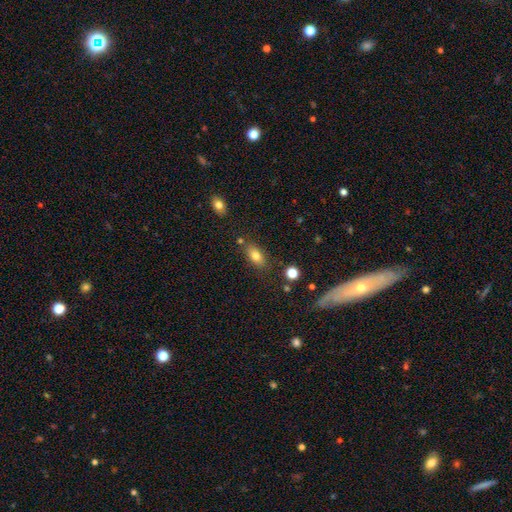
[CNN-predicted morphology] A smooth galaxy with no disk features (79%) that is in between round and cigar-shaped (85%).

Vote fractions:
- Smooth or featured? smooth: 79% / featured or disk: 11% / star or artifact: 9%
- How rounded? in between: 85% / cigar-shaped: 8% / round: 7%
- Merging? none: 75% / minor disturbance: 14% / merger: 6% / major disturbance: 4%